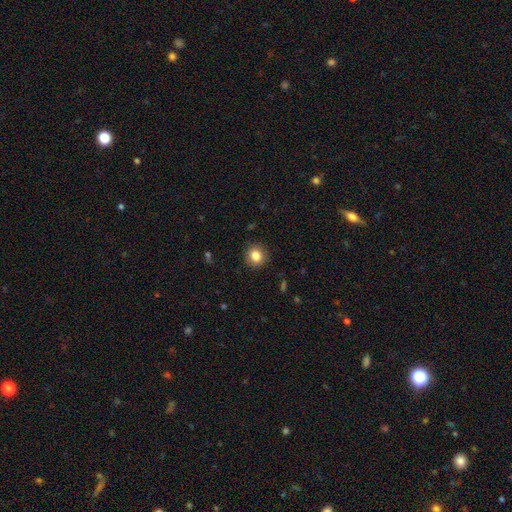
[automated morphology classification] This appears to be a smooth galaxy with no disk features (83%) that is round (86%). Merging: none (90%).